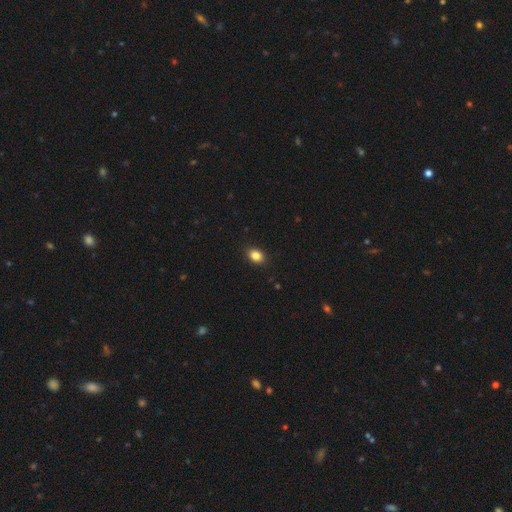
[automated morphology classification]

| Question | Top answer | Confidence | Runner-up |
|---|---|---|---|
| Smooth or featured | smooth | 85% | star or artifact (9%) |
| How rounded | in between | 74% | round (24%) |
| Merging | none | 89% | minor disturbance (8%) |